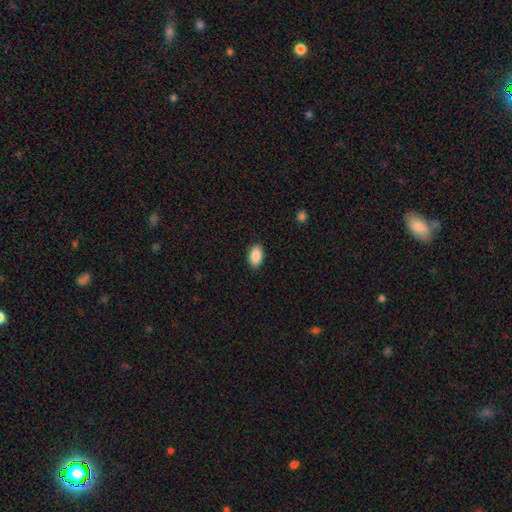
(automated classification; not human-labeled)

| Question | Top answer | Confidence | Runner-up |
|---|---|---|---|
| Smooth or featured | smooth | 90% | star or artifact (7%) |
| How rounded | in between | 93% | round (5%) |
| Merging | none | 89% | minor disturbance (8%) |